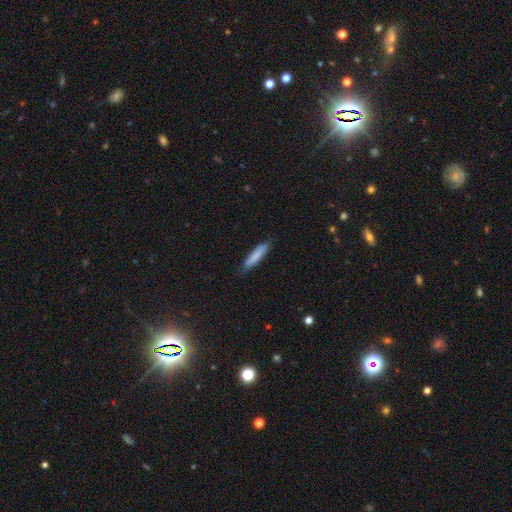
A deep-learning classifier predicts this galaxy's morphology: type=smooth (81%); roundness=cigar-shaped (87%); merging=none (82%).